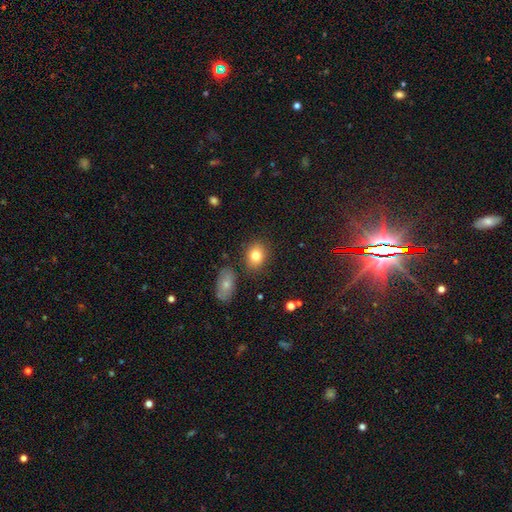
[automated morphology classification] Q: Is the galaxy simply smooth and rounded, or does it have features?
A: smooth — 81%.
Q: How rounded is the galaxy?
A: in between — 54%.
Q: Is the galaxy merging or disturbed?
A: none — 81%.